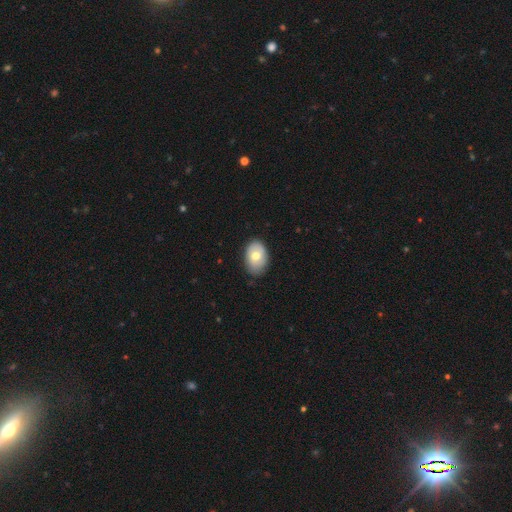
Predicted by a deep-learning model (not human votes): This appears to be a smooth galaxy with no disk features (69%) that is in between round and cigar-shaped (85%). Merging: none (78%).